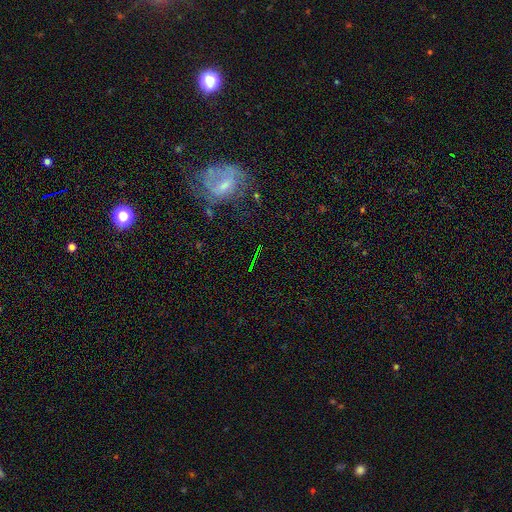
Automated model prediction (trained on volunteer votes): smooth-or-featured: star or artifact: 64% | smooth: 19% | featured or disk: 17%